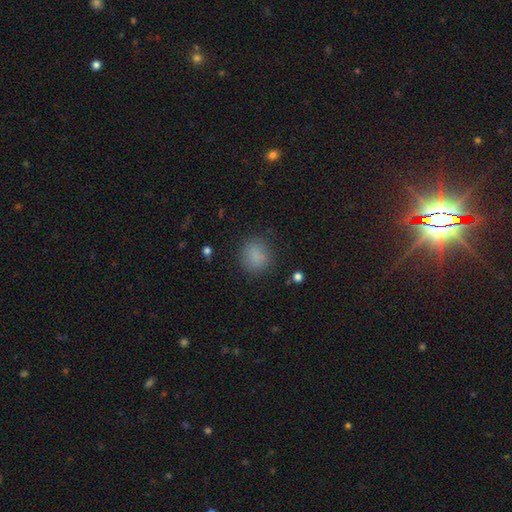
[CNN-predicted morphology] Smooth or featured? Predicted: smooth (p=0.83). How rounded? Predicted: round (p=0.75). Merging? Predicted: none (p=0.82).